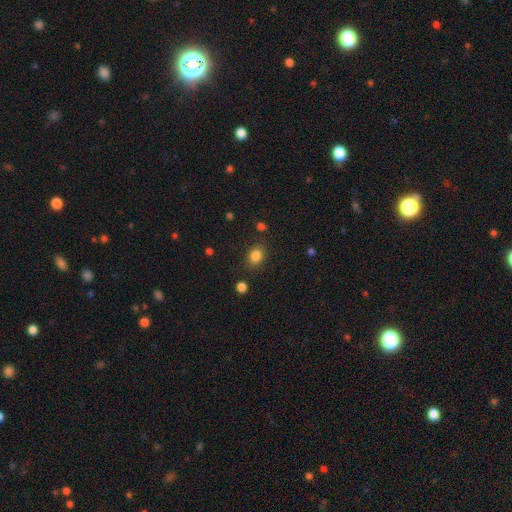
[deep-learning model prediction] The model was most divided on "how rounded": in between: 57%, round: 42%, cigar-shaped: 1%. More confident: smooth or featured — smooth (84%); merging — none (83%).